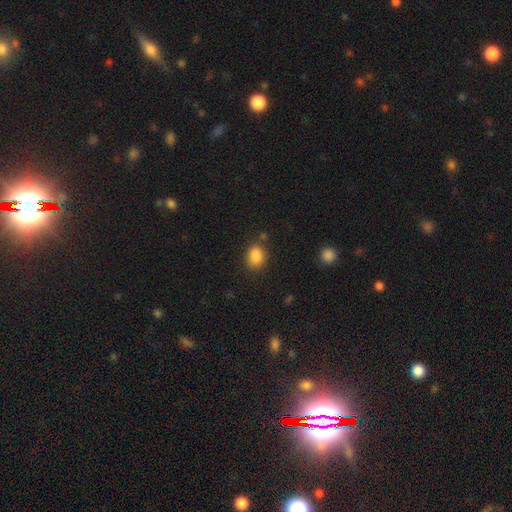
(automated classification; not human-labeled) smooth-or-featured: smooth: 86% | star or artifact: 10% | featured or disk: 4%
  how-rounded: in between: 64% | round: 35% | cigar-shaped: 1%
  merging: none: 78% | minor disturbance: 14% | merger: 4% | major disturbance: 4%